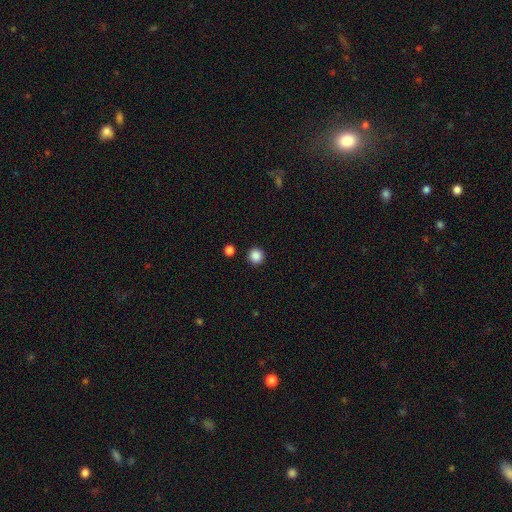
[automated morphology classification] type=smooth (87%); roundness=round (96%); merging=none (92%).